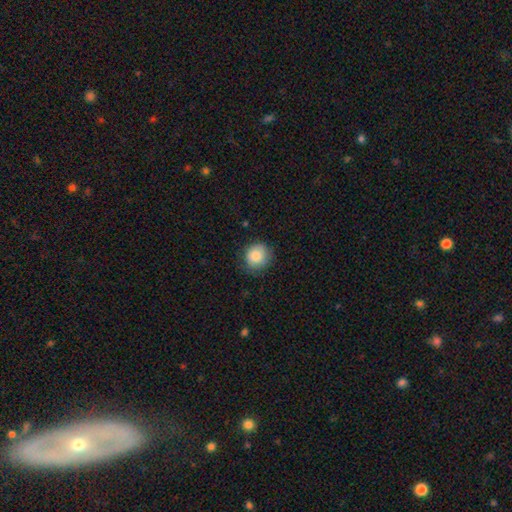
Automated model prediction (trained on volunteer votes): Smooth or featured? smooth (85%)
How rounded? round (83%)
Merging? none (79%)